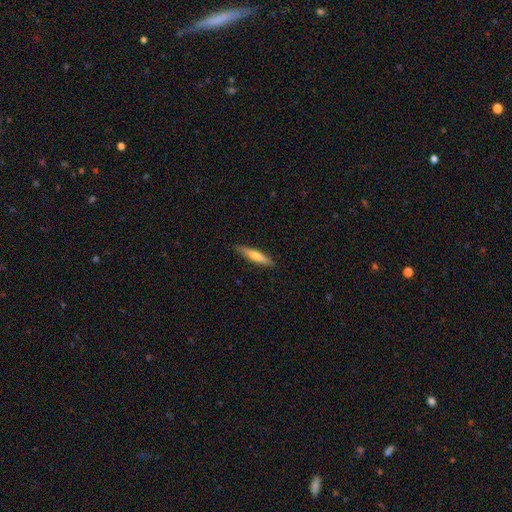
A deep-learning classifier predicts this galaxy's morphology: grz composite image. It shows a smooth galaxy with no disk features (58%) that is cigar-shaped (88%). Merging: none (88%).